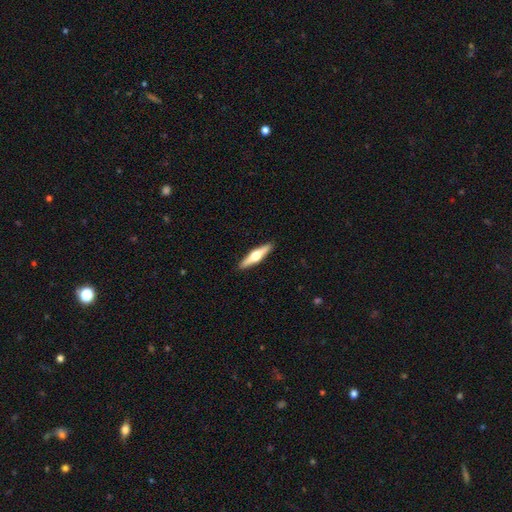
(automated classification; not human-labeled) A featured or disk galaxy (60%) viewed edge-on (96%) with a rounded central bulge (95%).

Vote fractions:
- Smooth or featured? featured or disk: 60% / smooth: 35% / star or artifact: 5%
- Edge-on disk? yes: 96% / no: 4%
- Edge-on bulge? rounded: 95% / boxy: 3% / none: 2%
- Merging? none: 92% / minor disturbance: 6% / major disturbance: 1% / merger: 1%